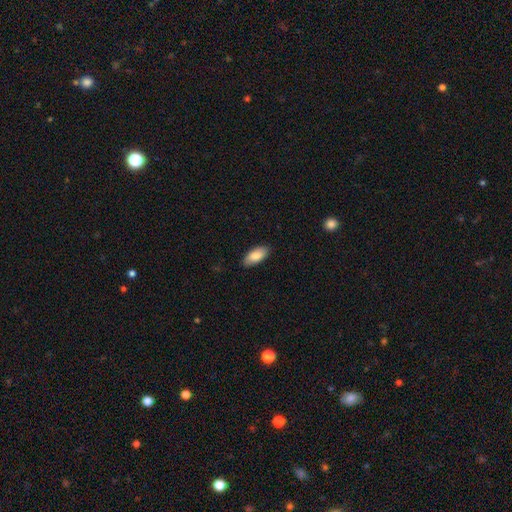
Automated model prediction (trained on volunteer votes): Smooth or featured? smooth (85%)
How rounded? in between (89%)
Merging? none (87%)